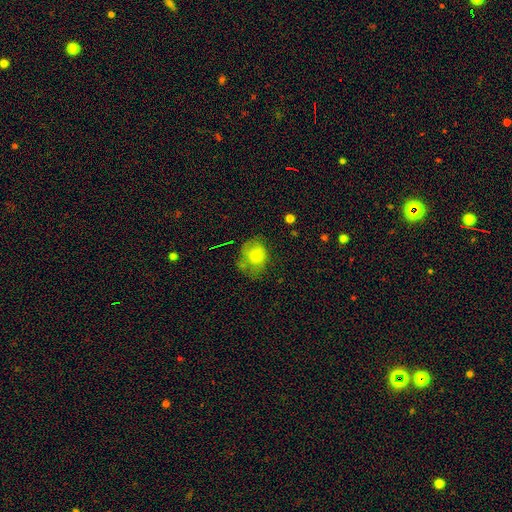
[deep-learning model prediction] Q: Smooth or featured?
A: smooth (70%); runner-up: featured or disk (21%)
Q: How rounded?
A: round (56%); runner-up: in between (43%)
Q: Merging?
A: none (47%); runner-up: minor disturbance (32%)